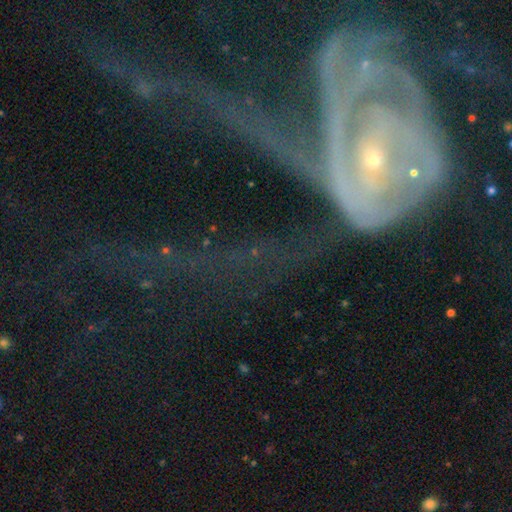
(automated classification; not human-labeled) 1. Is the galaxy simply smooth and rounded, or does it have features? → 72% featured or disk, 16% star or artifact, 12% smooth.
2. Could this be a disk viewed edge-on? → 91% no, 9% yes.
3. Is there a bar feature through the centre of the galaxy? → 50% no, 28% weak, 22% strong.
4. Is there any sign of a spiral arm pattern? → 80% yes, 20% no.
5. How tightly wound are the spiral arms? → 50% tight, 30% medium, 20% loose.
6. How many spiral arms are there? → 32% 2, 29% can't tell, 12% 3, 11% 1, 8% 4, 8% more than 4.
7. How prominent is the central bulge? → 72% small, 21% moderate, 3% large, 3% none, 2% dominant.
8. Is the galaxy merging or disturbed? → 36% major disturbance, 28% none, 21% merger, 15% minor disturbance.